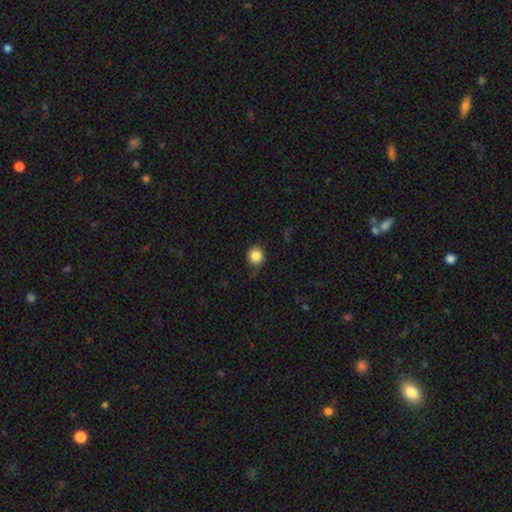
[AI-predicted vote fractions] Smooth or featured? Predicted: smooth (p=0.85). How rounded? Predicted: round (p=0.85). Merging? Predicted: none (p=0.80).